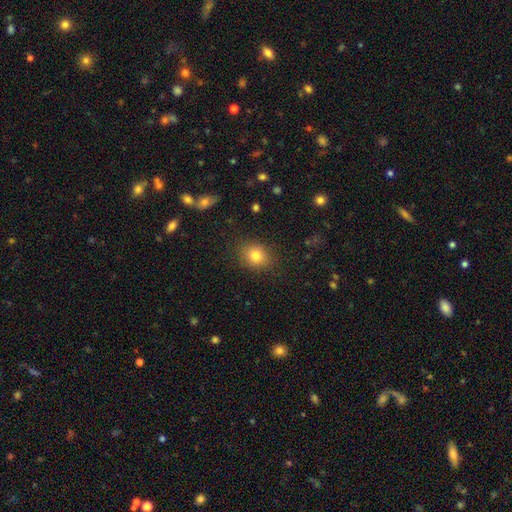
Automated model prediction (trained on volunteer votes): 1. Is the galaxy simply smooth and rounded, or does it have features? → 81% smooth, 11% star or artifact, 8% featured or disk.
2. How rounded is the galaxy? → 59% round, 40% in between, 1% cigar-shaped.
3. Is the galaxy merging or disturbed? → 85% none, 11% minor disturbance, 3% major disturbance, 1% merger.